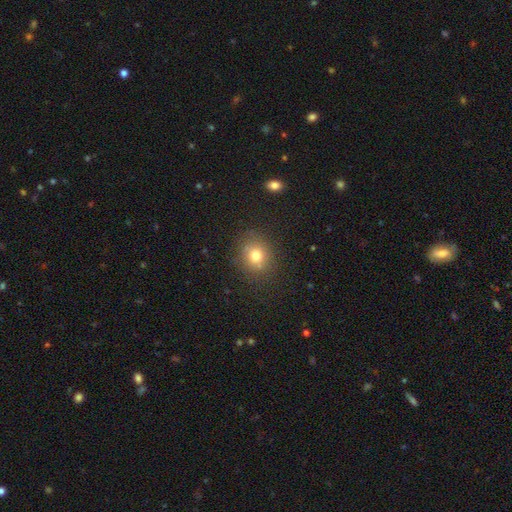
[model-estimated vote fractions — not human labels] This is likely a smooth galaxy (76%). How rounded: likely round (76%). Merging: clearly none (83%).